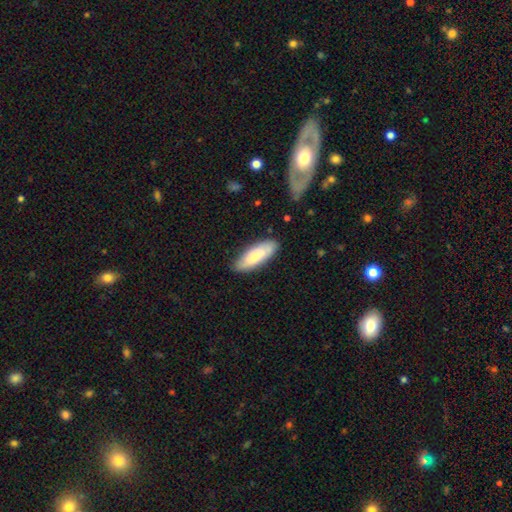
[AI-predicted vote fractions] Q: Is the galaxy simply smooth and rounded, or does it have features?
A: smooth — 79%.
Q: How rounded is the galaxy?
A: in between — 63%.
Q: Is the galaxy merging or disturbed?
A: none — 82%.